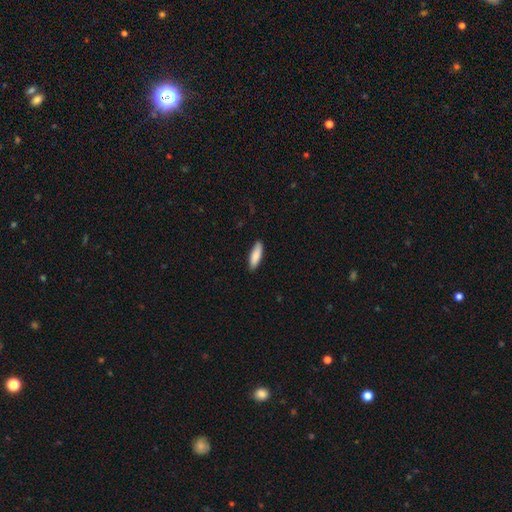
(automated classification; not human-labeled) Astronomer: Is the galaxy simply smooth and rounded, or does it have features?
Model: smooth — 86%.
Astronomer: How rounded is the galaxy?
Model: cigar-shaped — 51% (runner-up: in between, 47%).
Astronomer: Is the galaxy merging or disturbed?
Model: none — 87%.